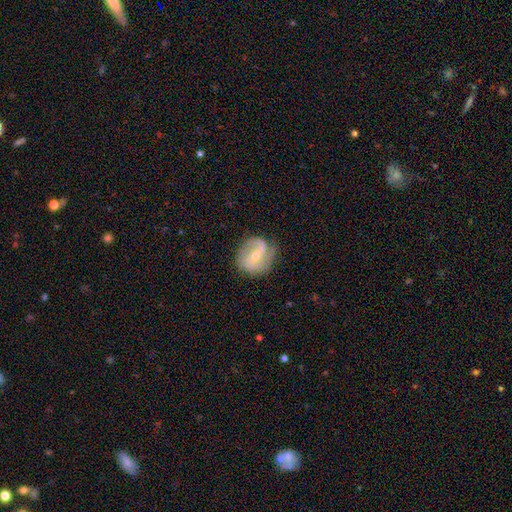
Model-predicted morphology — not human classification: featured or disk 76%, smooth 18%, star or artifact 6%. Down the decision tree: edge-on disk — no (97%); bar — weak (46%); spiral arms — yes (92%); spiral arm count — 2 (68%); spiral winding — medium (44%); bulge size — small (59%); merging — none (68%).